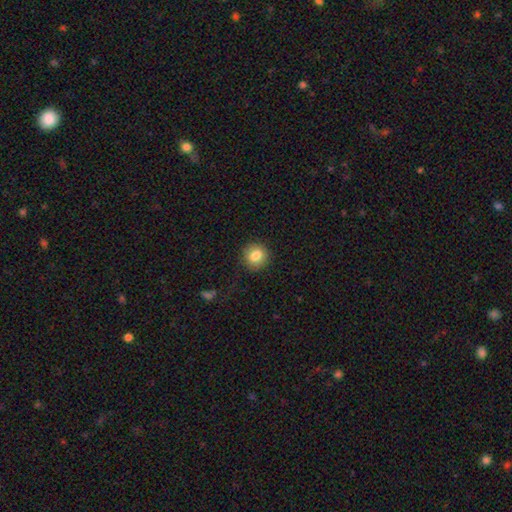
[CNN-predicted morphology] smooth_or_featured: smooth (p=0.82) [alt: star or artifact p=0.09]
how_rounded: round (p=0.87) [alt: in between p=0.12]
merging: none (p=0.88) [alt: minor disturbance p=0.09]